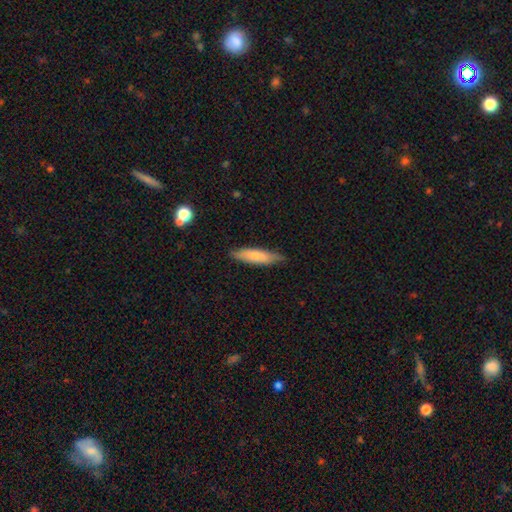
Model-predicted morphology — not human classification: This appears to be a smooth galaxy with no disk features (75%) that is cigar-shaped (75%). Merging: none (80%).